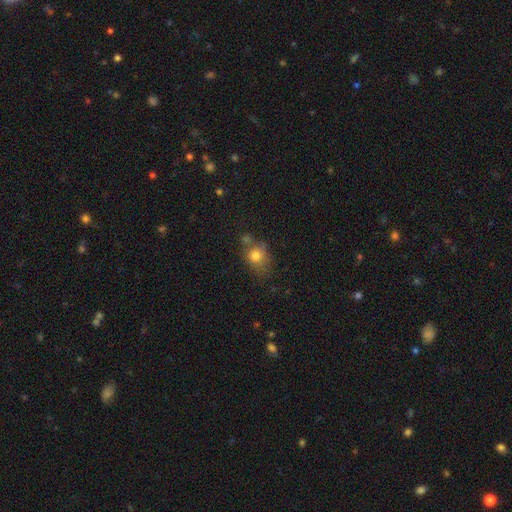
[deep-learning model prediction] This appears to be a smooth galaxy with no disk features (77%) that is round (63%). Merging: none (51%).